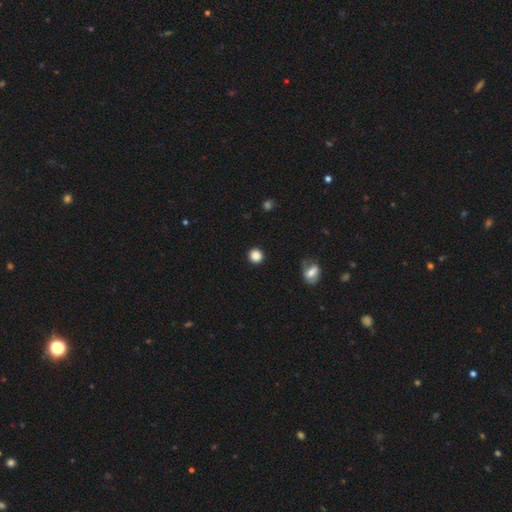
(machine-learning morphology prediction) Smooth or featured?
  - smooth: 86% *
  - star or artifact: 10%
  - featured or disk: 4%
How rounded?
  - round: 93% *
  - in between: 6%
  - cigar-shaped: 1%
Merging?
  - none: 91% *
  - minor disturbance: 6%
  - major disturbance: 2%
  - merger: 1%